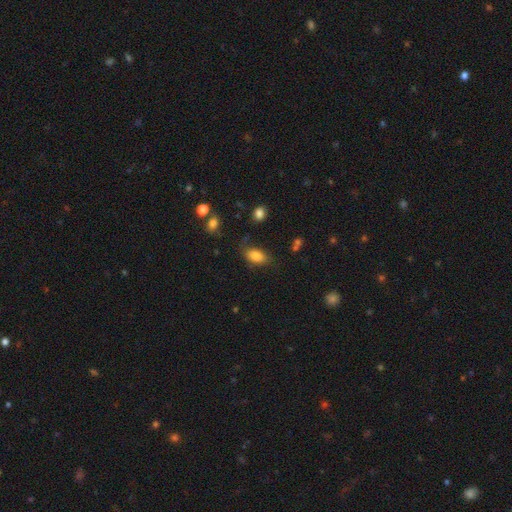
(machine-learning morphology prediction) Smooth or featured?
  - smooth: 83% *
  - star or artifact: 9%
  - featured or disk: 8%
How rounded?
  - in between: 91% *
  - round: 7%
  - cigar-shaped: 3%
Merging?
  - none: 66% *
  - minor disturbance: 22%
  - major disturbance: 8%
  - merger: 3%